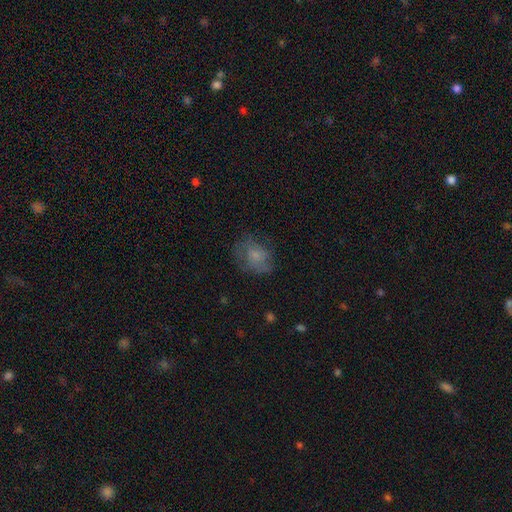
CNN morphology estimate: Q: Smooth or featured?
A: smooth (64%); runner-up: featured or disk (26%)
Q: How rounded?
A: in between (51%); runner-up: round (47%)
Q: Merging?
A: none (60%); runner-up: minor disturbance (24%)